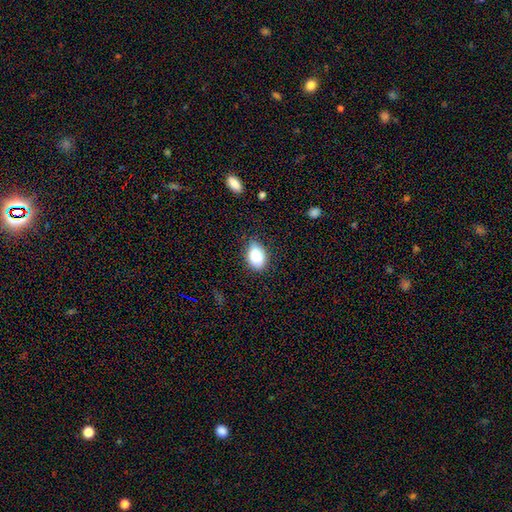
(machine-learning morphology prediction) Smooth or featured? smooth (86%)
How rounded? in between (86%)
Merging? none (78%)